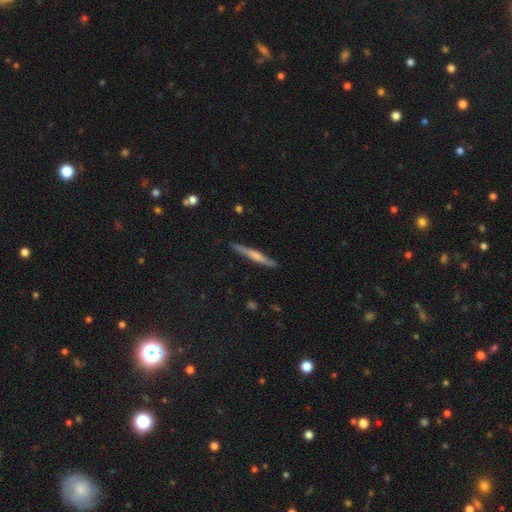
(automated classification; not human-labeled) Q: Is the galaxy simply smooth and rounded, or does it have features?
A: featured or disk — 48%.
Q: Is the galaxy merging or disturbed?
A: none — 89%.